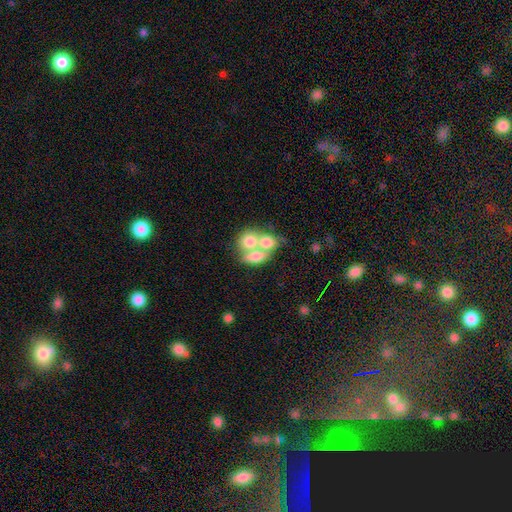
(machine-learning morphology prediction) The model was most divided on "how rounded": in between: 65%, round: 31%, cigar-shaped: 4%. More confident: merging — merger (68%); smooth or featured — smooth (65%).